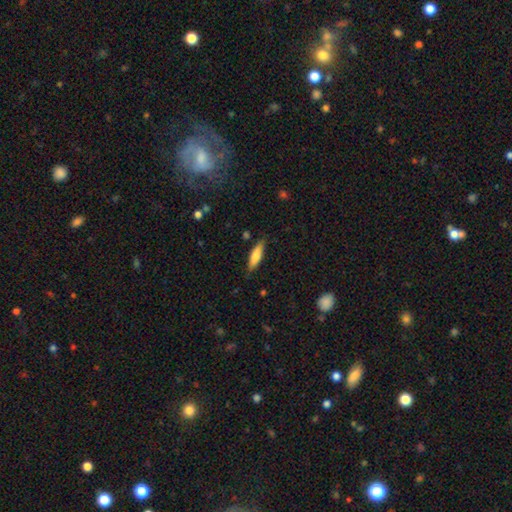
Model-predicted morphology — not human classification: smooth 76%, featured or disk 18%, star or artifact 6%. Down the decision tree: how rounded — cigar-shaped (64%); merging — none (82%).